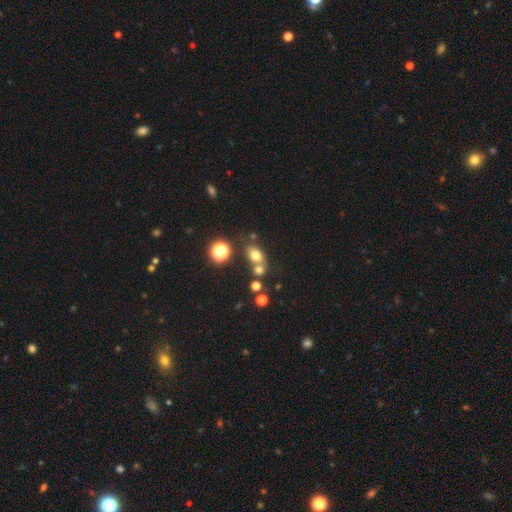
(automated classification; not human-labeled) smooth 71%, star or artifact 17%, featured or disk 12%. Down the decision tree: how rounded — in between (62%); merging — none (52%).